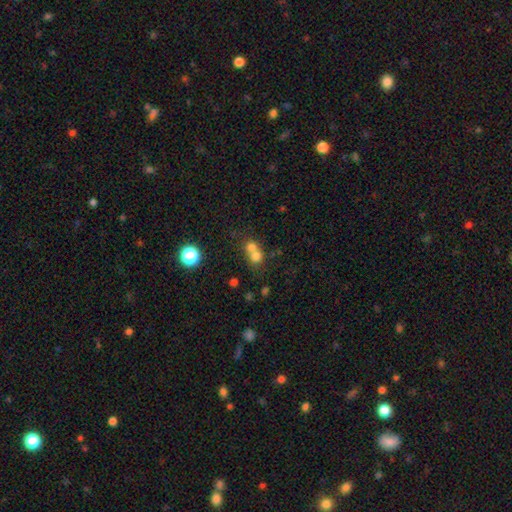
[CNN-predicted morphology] type=smooth (70%); roundness=round (80%); merging=merger (63%).